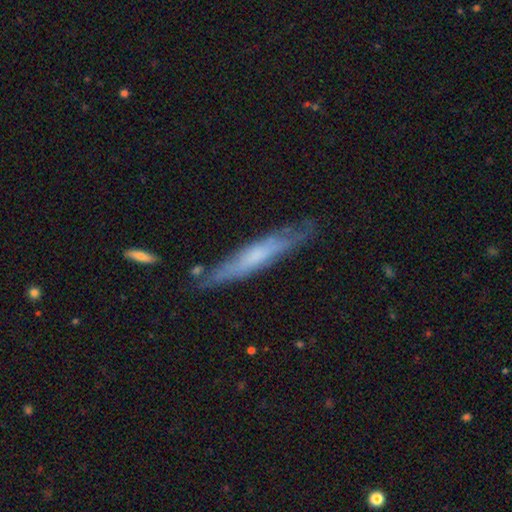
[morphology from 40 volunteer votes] Volunteers were most divided on "edge-on bulge": none: 44%, rounded: 38%, boxy: 19%. More confident: edge-on disk — yes (70%); smooth or featured — featured or disk (57%); merging — none (55%).